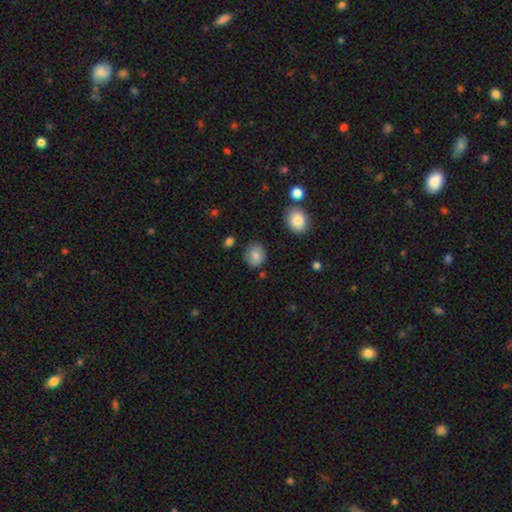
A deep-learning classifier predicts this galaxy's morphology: Overall: smooth (81%). How rounded: round (77%). Merging: none (79%).